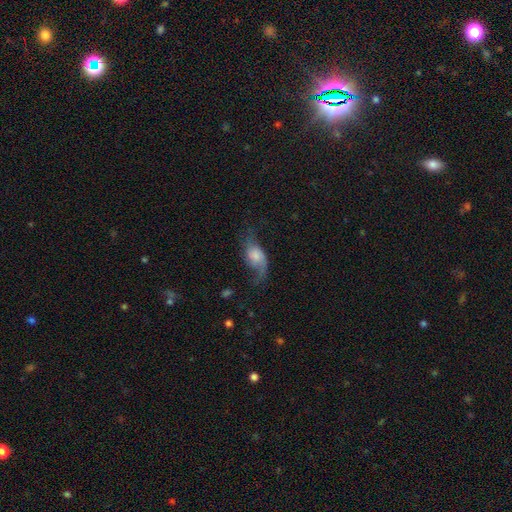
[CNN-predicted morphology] This appears to be a featured or disk galaxy (60%) with no bar (68%), 2 (79%) loose (82%) spiral arms (88%) and a small central bulge (28%). Merging: none (43%).